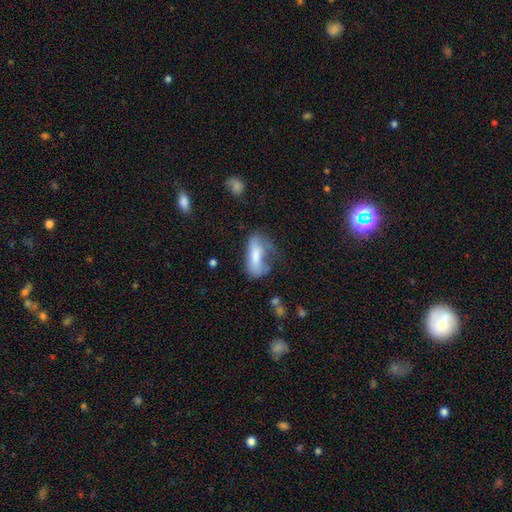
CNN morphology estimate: Smooth or featured? Predicted: smooth (p=0.67). How rounded? Predicted: in between (p=0.74). Merging? Predicted: major disturbance (p=0.37).